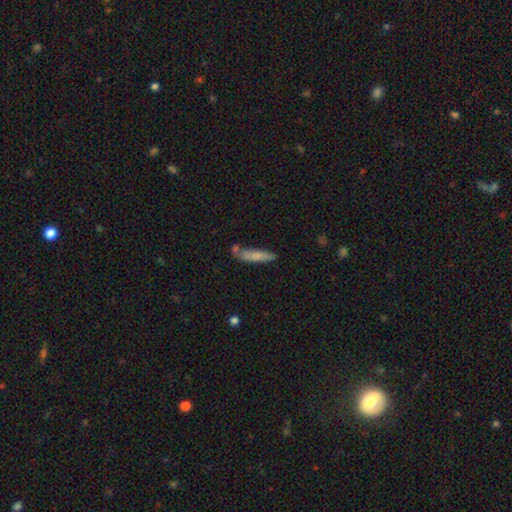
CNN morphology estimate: A smooth galaxy with no disk features (75%) that is cigar-shaped (78%).

Vote fractions:
- Smooth or featured? smooth: 75% / featured or disk: 18% / star or artifact: 6%
- How rounded? cigar-shaped: 78% / in between: 20% / round: 2%
- Merging? none: 62% / minor disturbance: 19% / merger: 14% / major disturbance: 5%